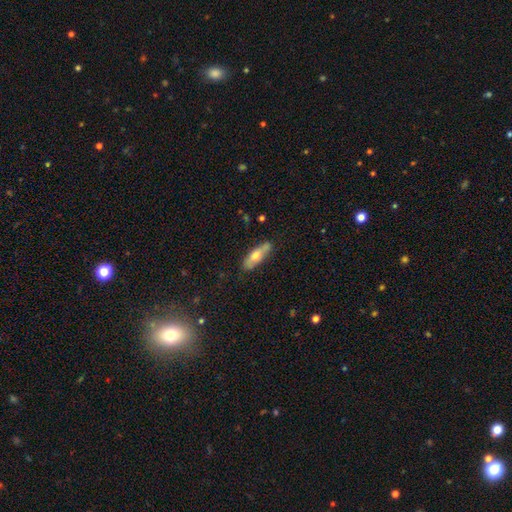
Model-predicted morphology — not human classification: smooth 62%, featured or disk 33%, star or artifact 6%. Down the decision tree: how rounded — cigar-shaped (50%); merging — none (81%).